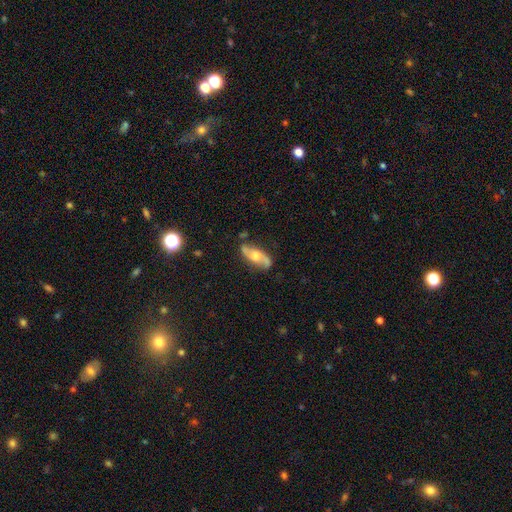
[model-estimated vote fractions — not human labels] A featured or disk galaxy (67%) with no bar (63%), spiral arms (87%) and a moderate central bulge (62%). Merging: none (74%).